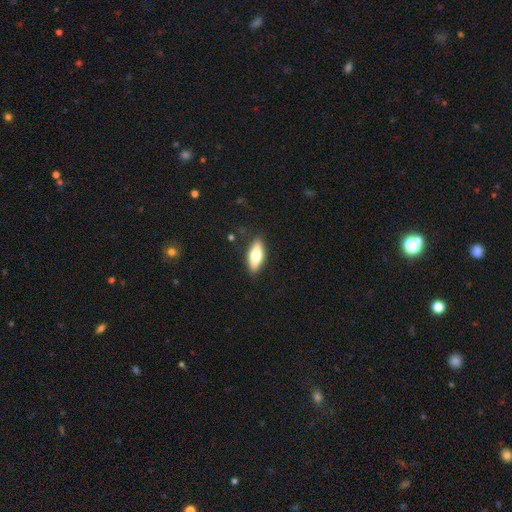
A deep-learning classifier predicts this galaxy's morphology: Smooth or featured? smooth (63%)
How rounded? in between (71%)
Merging? none (85%)